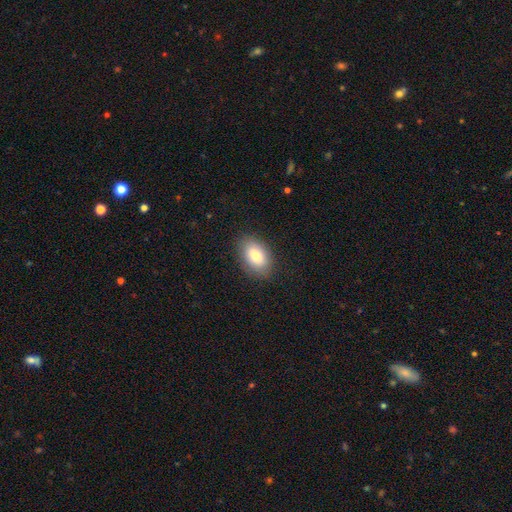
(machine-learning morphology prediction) Smooth or featured: smooth — 80% (featured or disk — 12%)
How rounded: in between — 89% (round — 10%)
Merging: none — 85% (minor disturbance — 11%)